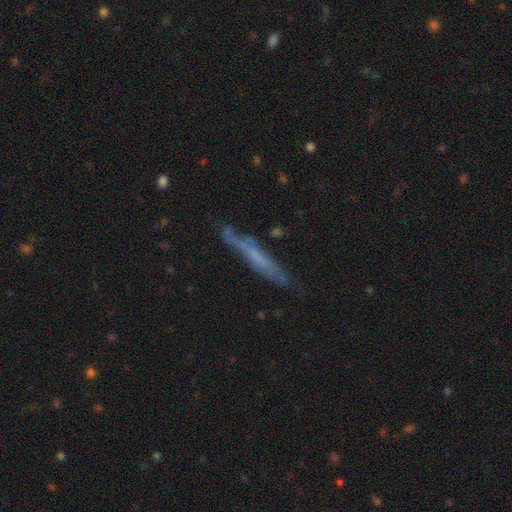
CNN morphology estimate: A featured or disk galaxy (50%) viewed edge-on (81%).

Vote fractions:
- Smooth or featured? featured or disk: 50% / smooth: 41% / star or artifact: 9%
- Edge-on disk? yes: 81% / no: 19%
- Merging? none: 76% / minor disturbance: 17% / major disturbance: 4% / merger: 3%